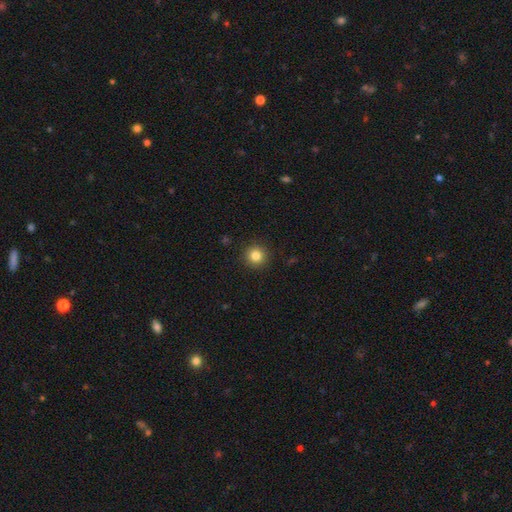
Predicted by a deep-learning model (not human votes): This appears to be a smooth galaxy with no disk features (83%) that is round (95%). Merging: none (92%).